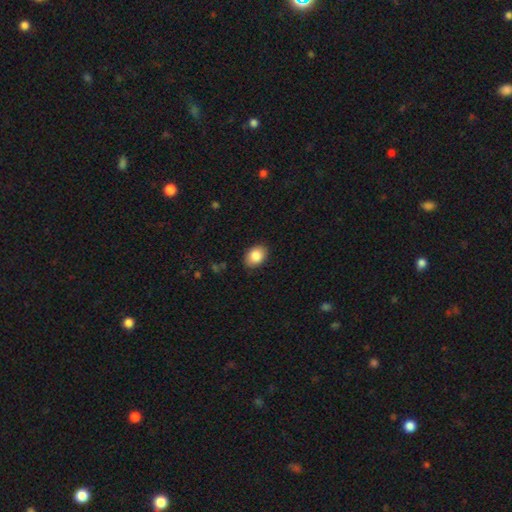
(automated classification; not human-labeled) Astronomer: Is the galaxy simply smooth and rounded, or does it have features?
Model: smooth — 86%.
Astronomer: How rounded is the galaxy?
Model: in between — 72%.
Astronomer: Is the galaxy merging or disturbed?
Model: none — 86%.